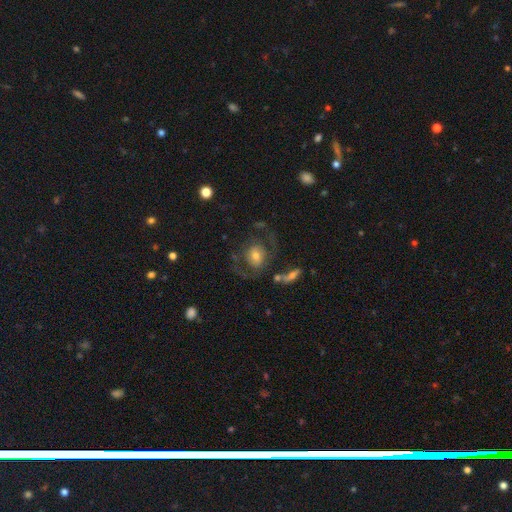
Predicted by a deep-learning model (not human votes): A featured or disk galaxy (52%). Merging: none (54%).